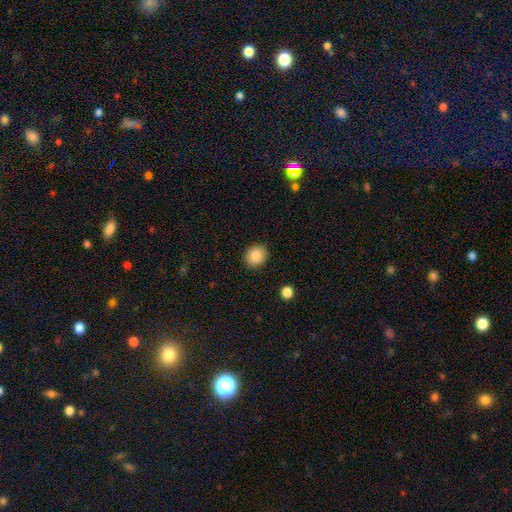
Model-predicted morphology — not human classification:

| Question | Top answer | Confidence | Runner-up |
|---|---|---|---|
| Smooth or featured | smooth | 87% | star or artifact (8%) |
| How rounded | round | 73% | in between (26%) |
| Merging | none | 89% | minor disturbance (8%) |